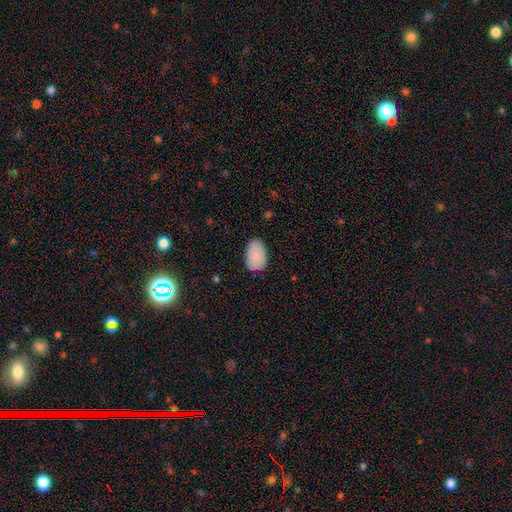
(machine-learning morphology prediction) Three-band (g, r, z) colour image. It shows a smooth galaxy with no disk features (88%) that is in between round and cigar-shaped (93%). Merging: none (81%).